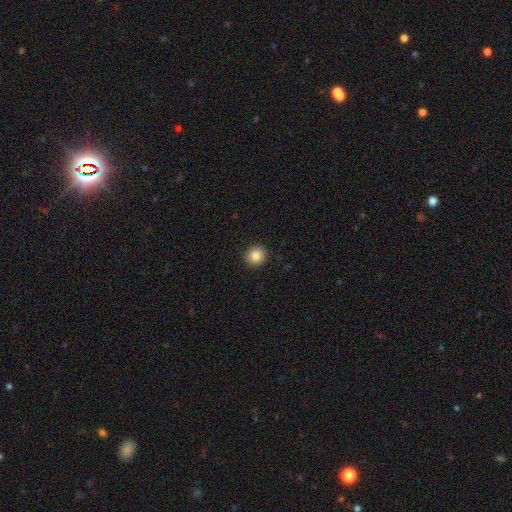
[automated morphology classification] Q: Smooth or featured?
A: smooth (85%); runner-up: star or artifact (9%)
Q: How rounded?
A: round (89%); runner-up: in between (10%)
Q: Merging?
A: none (91%); runner-up: minor disturbance (6%)